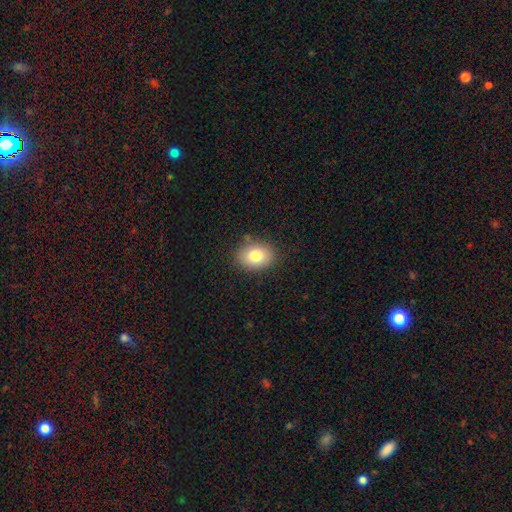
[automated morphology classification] Overall: smooth (80%). How rounded: in between (62%; round 37%). Merging: none (83%).